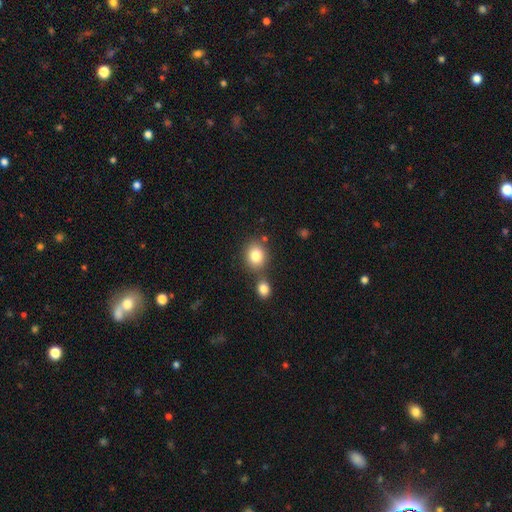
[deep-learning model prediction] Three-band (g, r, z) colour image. It shows a smooth galaxy with no disk features (83%) that is round (67%). Merging: none (62%).